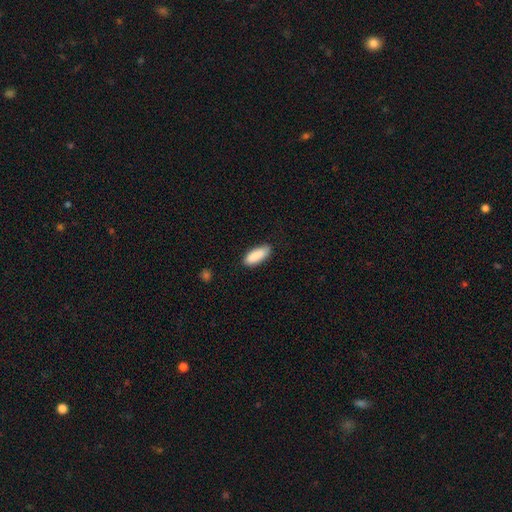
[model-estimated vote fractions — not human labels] smooth 90%, star or artifact 6%, featured or disk 4%. Down the decision tree: how rounded — in between (72%); merging — none (83%).